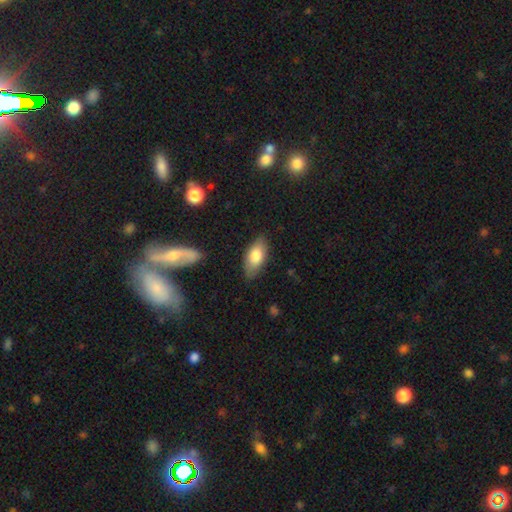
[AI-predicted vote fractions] Smooth or featured? Predicted: smooth (p=0.78). How rounded? Predicted: in between (p=0.89). Merging? Predicted: none (p=0.80).